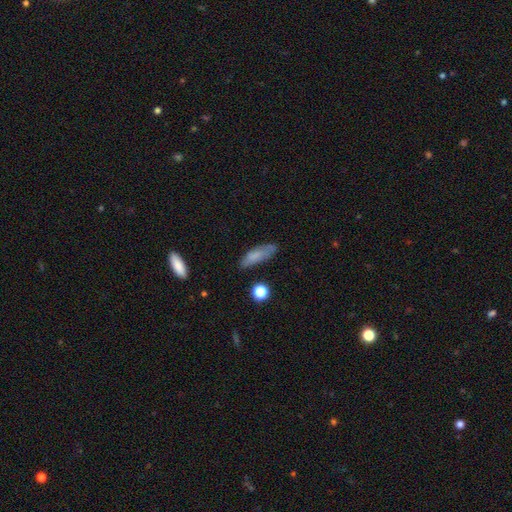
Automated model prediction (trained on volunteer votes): The model was most divided on "how rounded": cigar-shaped: 49%, in between: 48%, round: 3%. More confident: smooth or featured — smooth (70%); merging — none (66%).